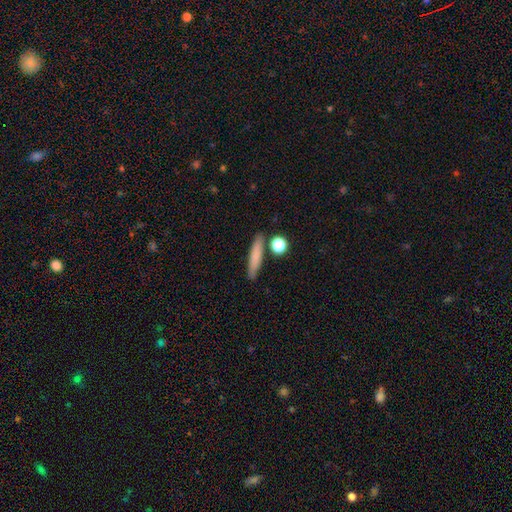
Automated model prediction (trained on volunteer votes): This is likely a smooth galaxy (76%). How rounded: clearly cigar-shaped (85%). Merging: clearly none (81%).